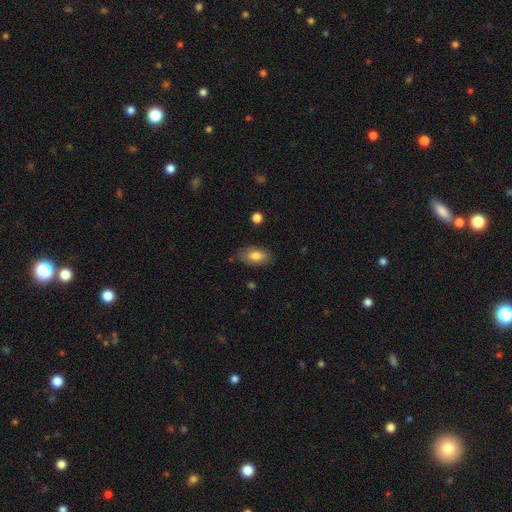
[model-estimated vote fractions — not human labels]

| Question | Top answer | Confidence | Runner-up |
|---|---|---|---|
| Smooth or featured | smooth | 77% | featured or disk (16%) |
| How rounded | in between | 92% | round (5%) |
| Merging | none | 81% | minor disturbance (14%) |